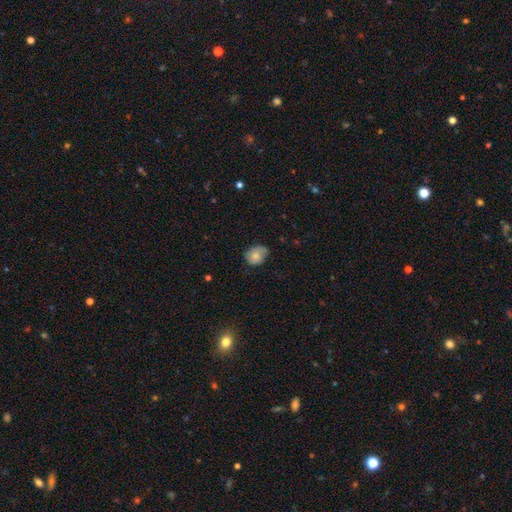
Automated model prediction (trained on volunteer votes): Overall: smooth (70%). How rounded: round (59%; in between 40%). Merging: none (63%; minor disturbance 29%).